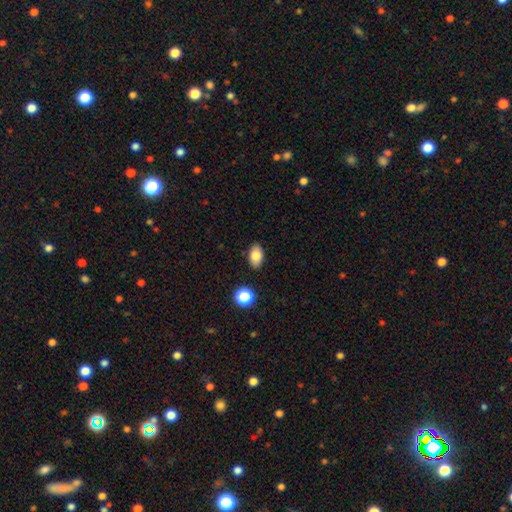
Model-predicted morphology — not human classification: The model was most divided on "smooth or featured": smooth: 83%, star or artifact: 9%, featured or disk: 8%. More confident: how rounded — in between (89%); merging — none (87%).